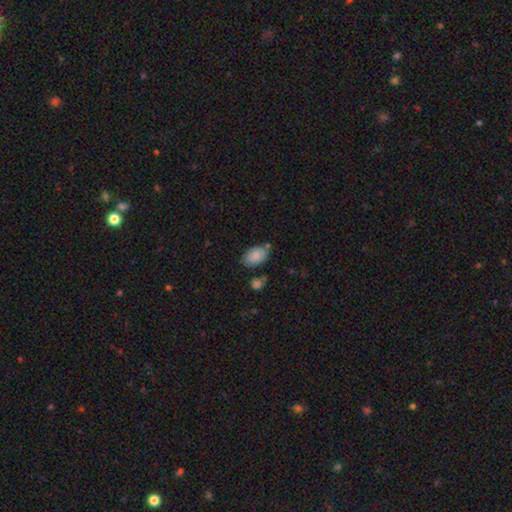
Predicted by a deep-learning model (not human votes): Overall: smooth (87%). How rounded: in between (90%). Merging: none (69%).